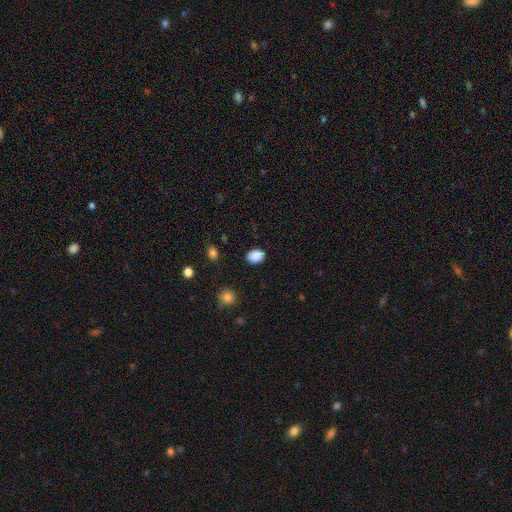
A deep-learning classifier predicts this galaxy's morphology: A smooth galaxy with no disk features (88%) that is in between round and cigar-shaped (68%).

Vote fractions:
- Smooth or featured? smooth: 88% / star or artifact: 9% / featured or disk: 3%
- How rounded? in between: 68% / round: 31% / cigar-shaped: 1%
- Merging? none: 87% / minor disturbance: 10% / major disturbance: 3% / merger: 1%